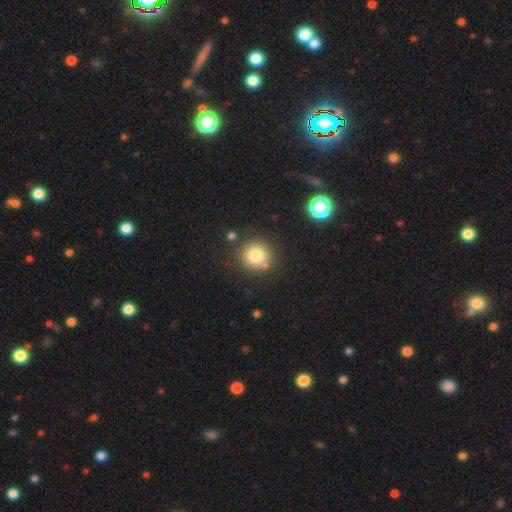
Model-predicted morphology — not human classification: smooth_or_featured: smooth (p=0.80) [alt: star or artifact p=0.12]
how_rounded: round (p=0.92) [alt: in between p=0.07]
merging: none (p=0.79) [alt: minor disturbance p=0.10]